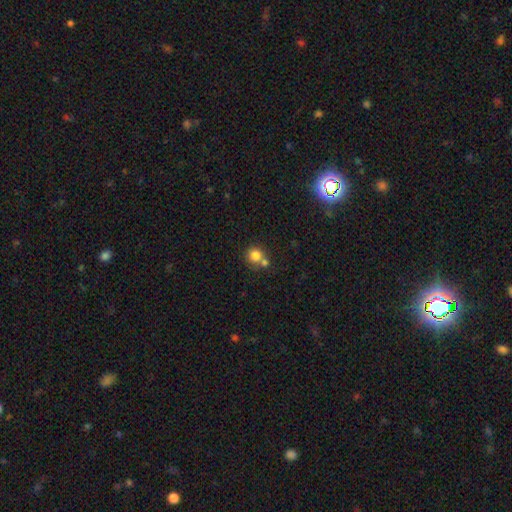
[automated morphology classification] A smooth galaxy with no disk features (81%) that is round (90%). Merging: none (54%).